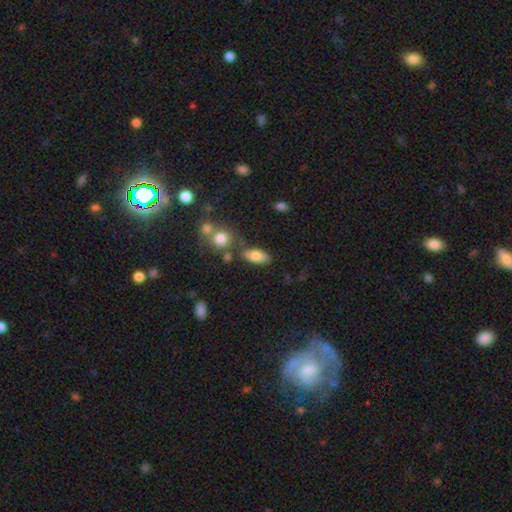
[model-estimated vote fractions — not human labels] Overall: smooth (78%). How rounded: in between (87%). Merging: none (71%).